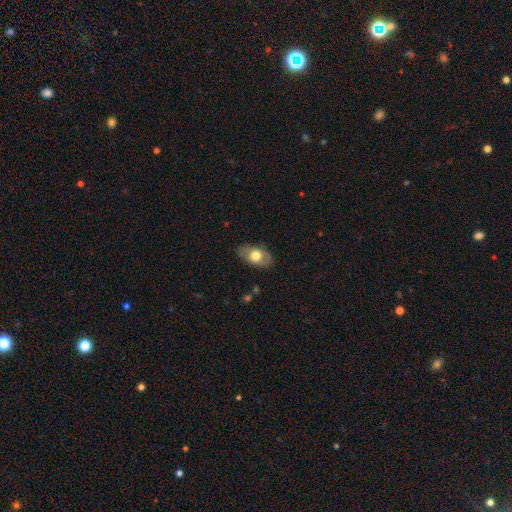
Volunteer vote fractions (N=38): Smooth or featured? smooth (61%)
How rounded? in between (91%)
Merging? none (83%)